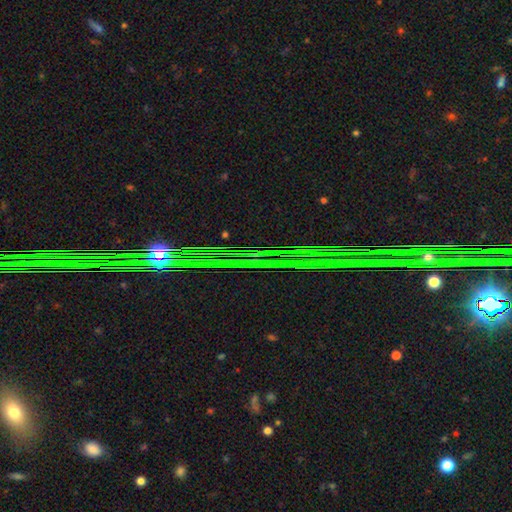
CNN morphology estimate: A star or artifact, not a galaxy (83%).

Vote fractions:
- Smooth or featured? star or artifact: 83% / featured or disk: 10% / smooth: 7%